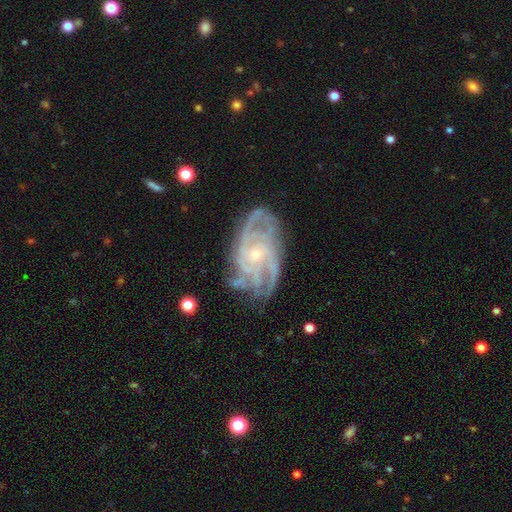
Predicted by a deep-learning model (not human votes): Morphology: type=featured or disk (86%); edge-on=no (96%); bar=no (67%); spiral arms=yes (97%); winding=tight (62%); arm count=4 (26%); bulge=small (71%); merging=none (75%).